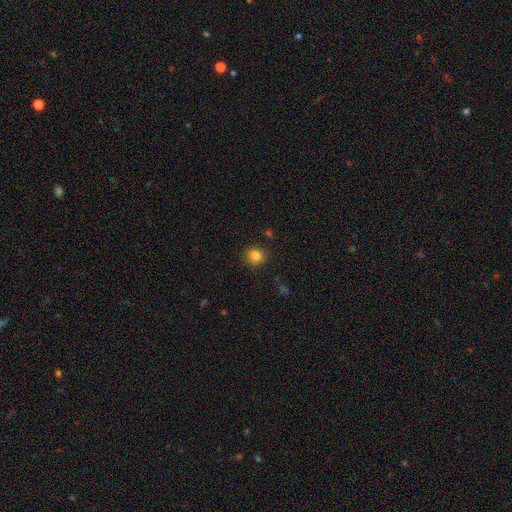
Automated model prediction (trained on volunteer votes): smooth 82%, star or artifact 11%, featured or disk 6%. Down the decision tree: how rounded — round (69%); merging — none (82%).